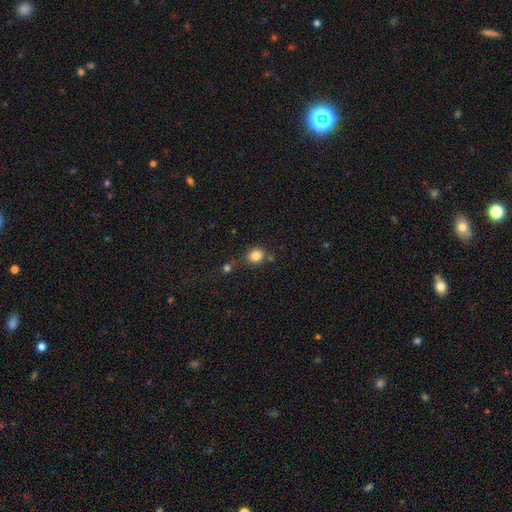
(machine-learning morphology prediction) A smooth galaxy with no disk features (83%) that is round (78%).

Vote fractions:
- Smooth or featured? smooth: 83% / star or artifact: 11% / featured or disk: 6%
- How rounded? round: 78% / in between: 21% / cigar-shaped: 1%
- Merging? none: 68% / minor disturbance: 14% / merger: 13% / major disturbance: 5%